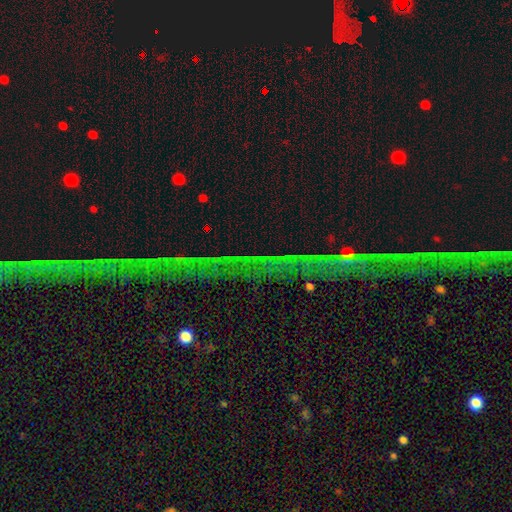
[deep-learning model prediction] smooth_or_featured: star or artifact (p=0.80) [alt: featured or disk p=0.12]